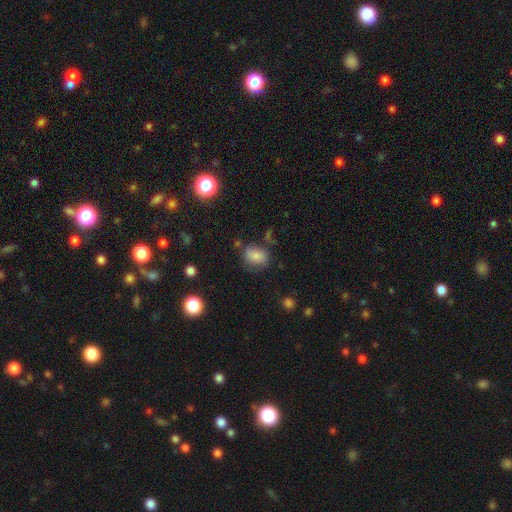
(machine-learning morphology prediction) smooth-or-featured: smooth: 77% | featured or disk: 12% | star or artifact: 11%
  how-rounded: in between: 61% | round: 38% | cigar-shaped: 1%
  merging: none: 67% | minor disturbance: 20% | major disturbance: 7% | merger: 6%